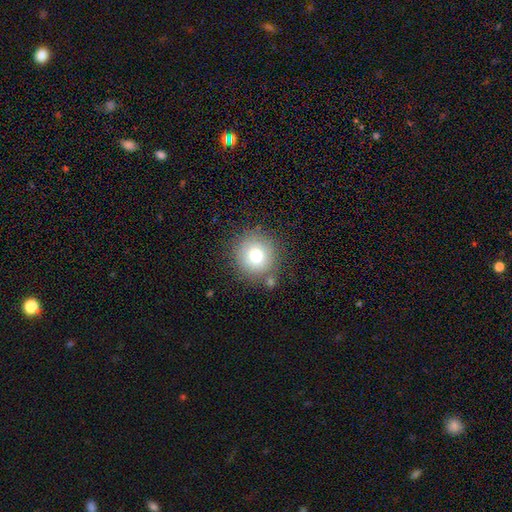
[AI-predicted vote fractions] Smooth or featured: smooth — 76% (featured or disk — 12%)
How rounded: round — 93% (in between — 6%)
Merging: none — 80% (minor disturbance — 11%)